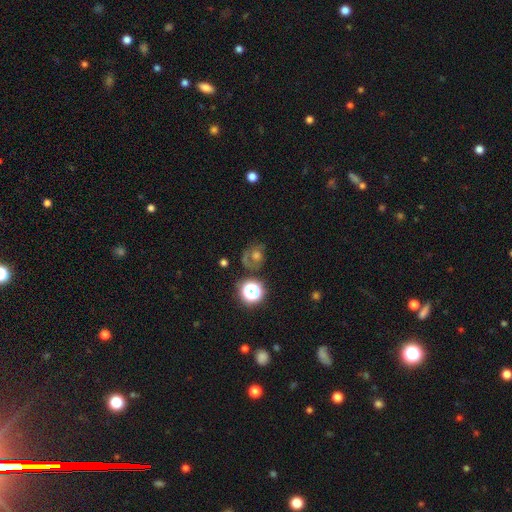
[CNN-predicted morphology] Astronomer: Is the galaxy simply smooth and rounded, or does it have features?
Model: smooth — 34%, tied with featured or disk at 34%.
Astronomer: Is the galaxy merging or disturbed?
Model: none — 61%.